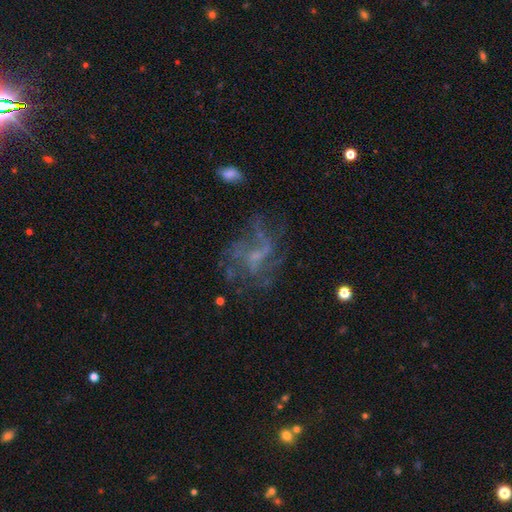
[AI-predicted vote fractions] Smooth or featured? Predicted: featured or disk (p=0.69). Edge-on disk? Predicted: no (p=0.97). Bar? Predicted: no (p=0.60). Spiral arms? Predicted: yes (p=0.60). Bulge size? Predicted: small (p=0.52). Merging? Predicted: none (p=0.50).